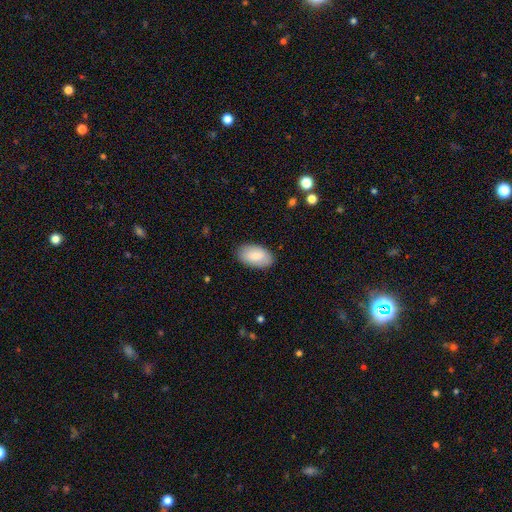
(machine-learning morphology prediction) Smooth or featured: smooth — 83% (featured or disk — 12%)
How rounded: in between — 95% (round — 3%)
Merging: none — 86% (minor disturbance — 10%)